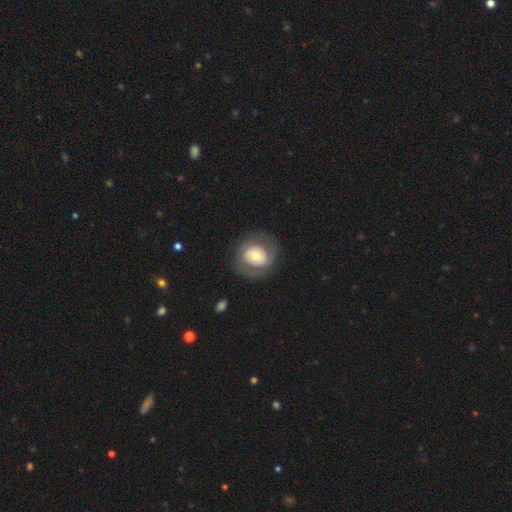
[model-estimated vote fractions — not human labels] This is possibly a featured or disk galaxy (49%). Merging: likely none (75%).